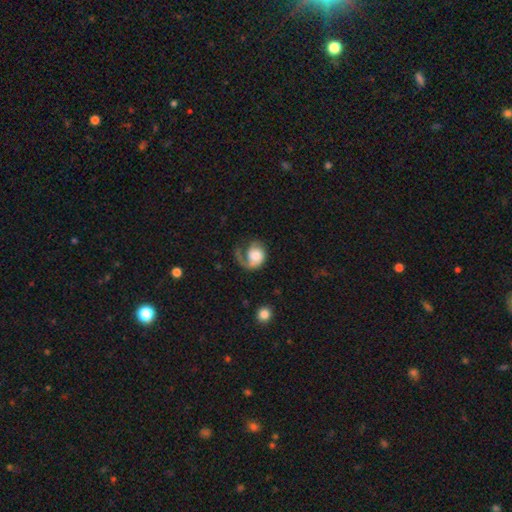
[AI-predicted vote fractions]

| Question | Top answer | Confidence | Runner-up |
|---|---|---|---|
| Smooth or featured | featured or disk | 69% | smooth (25%) |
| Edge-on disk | no | 98% | yes (2%) |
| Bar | no | 73% | weak (23%) |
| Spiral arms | yes | 92% | no (8%) |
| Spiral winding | loose | 41% | medium (37%) |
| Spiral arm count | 1 | 79% | 2 (14%) |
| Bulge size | moderate | 46% | small (23%) |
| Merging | none | 39% | tied: major disturbance (39%) |